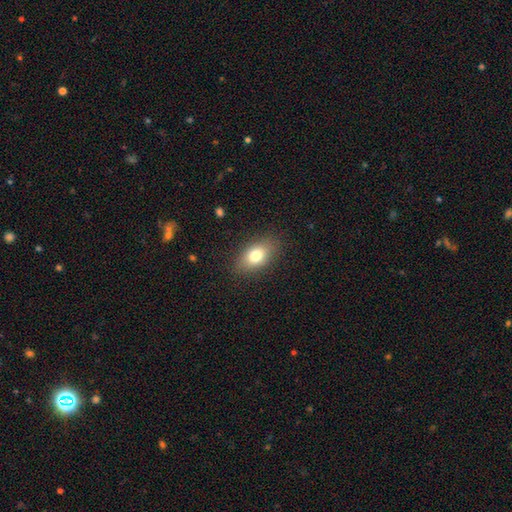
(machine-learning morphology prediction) Overall: smooth (77%). How rounded: in between (85%). Merging: none (85%).